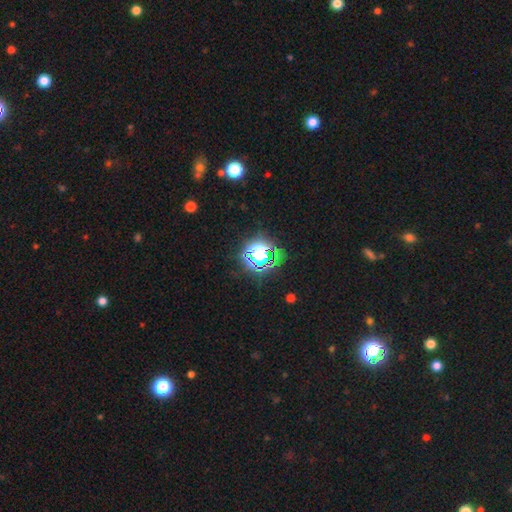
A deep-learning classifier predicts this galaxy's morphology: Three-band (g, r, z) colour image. It shows a star or artifact, not a galaxy (71%).